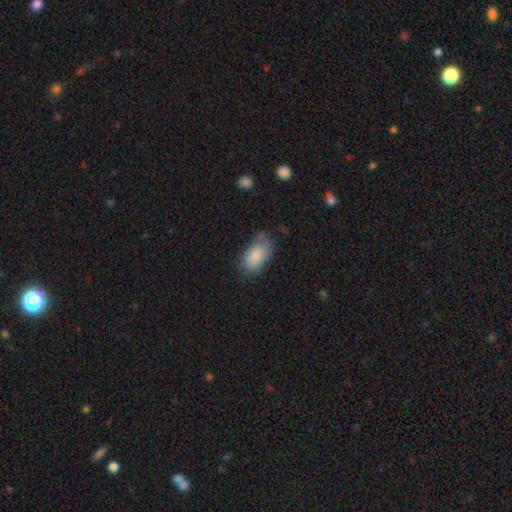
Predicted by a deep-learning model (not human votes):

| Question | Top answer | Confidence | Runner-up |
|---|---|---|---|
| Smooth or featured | smooth | 85% | featured or disk (8%) |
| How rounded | in between | 93% | round (5%) |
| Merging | none | 59% | minor disturbance (29%) |